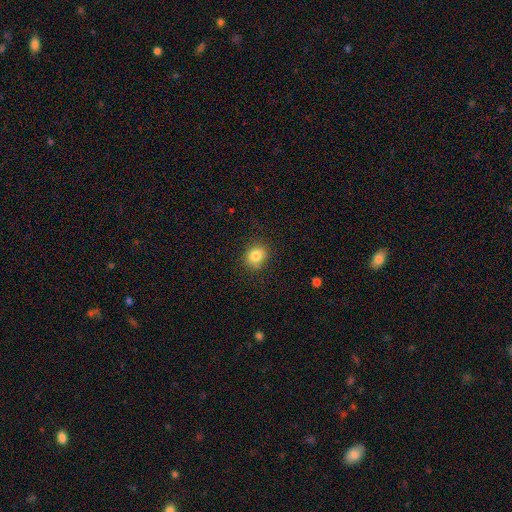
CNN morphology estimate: smooth-or-featured: smooth: 83% | star or artifact: 10% | featured or disk: 7%
  how-rounded: round: 67% | in between: 32% | cigar-shaped: 1%
  merging: none: 84% | minor disturbance: 12% | major disturbance: 3% | merger: 1%